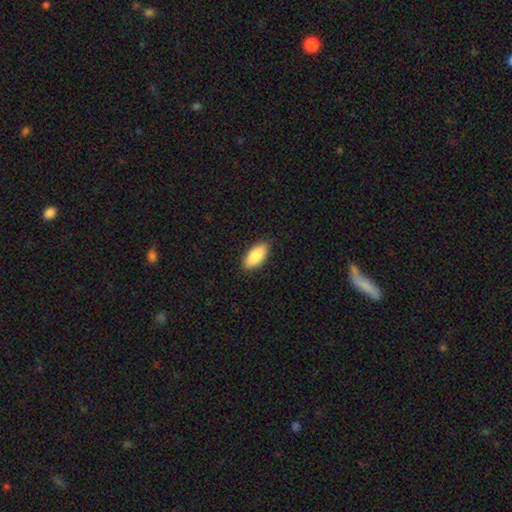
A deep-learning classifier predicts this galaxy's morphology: Smooth or featured? Predicted: smooth (p=0.88). How rounded? Predicted: in between (p=0.88). Merging? Predicted: none (p=0.89).